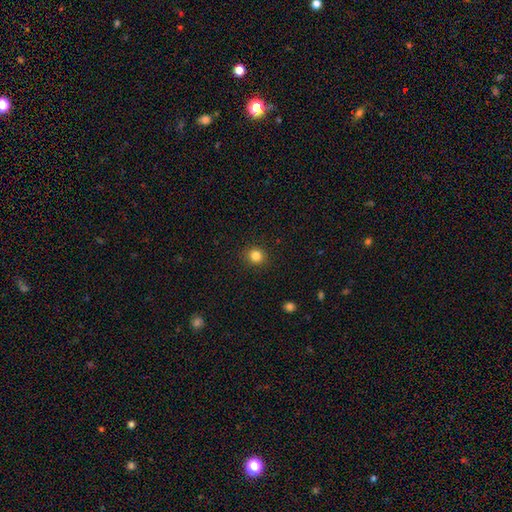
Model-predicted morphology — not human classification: A smooth galaxy with no disk features (83%) that is round (86%). Merging: none (91%).